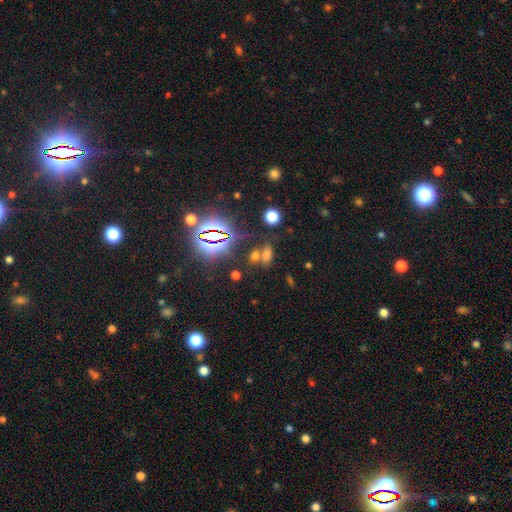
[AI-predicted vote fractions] smooth_or_featured: smooth (p=0.53) [alt: star or artifact p=0.38]
how_rounded: in between (p=0.77) [alt: round p=0.14]
merging: none (p=0.55) [alt: merger p=0.27]